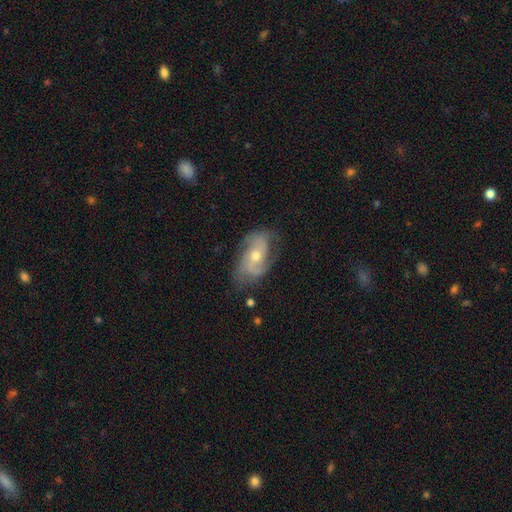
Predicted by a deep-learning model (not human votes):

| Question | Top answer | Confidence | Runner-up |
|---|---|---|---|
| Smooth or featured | featured or disk | 79% | smooth (14%) |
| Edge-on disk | no | 96% | yes (4%) |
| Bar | no | 63% | weak (30%) |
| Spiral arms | yes | 92% | no (8%) |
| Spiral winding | medium | 45% | loose (28%) |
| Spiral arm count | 2 | 59% | 3 (16%) |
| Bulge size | moderate | 60% | small (36%) |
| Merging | none | 64% | minor disturbance (24%) |